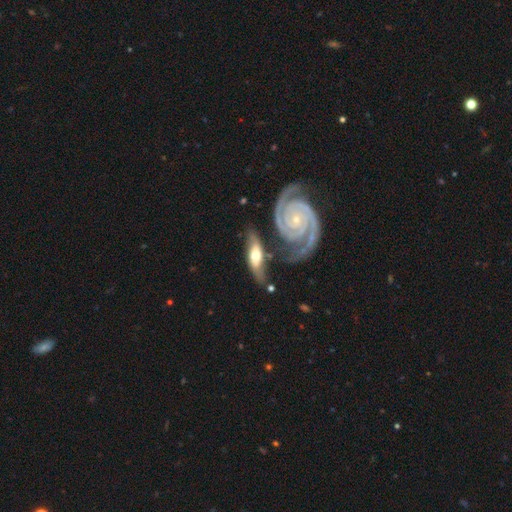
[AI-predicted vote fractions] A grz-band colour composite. It shows a featured or disk galaxy (71%) with no bar (67%), 2 (78%) tight (53%) spiral arms (90%) and a moderate central bulge (47%). Merging: none (53%).